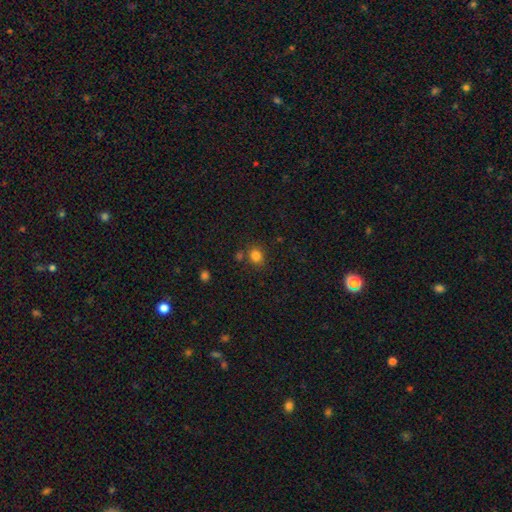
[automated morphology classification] A smooth galaxy with no disk features (81%) that is round (64%). Merging: none (74%).